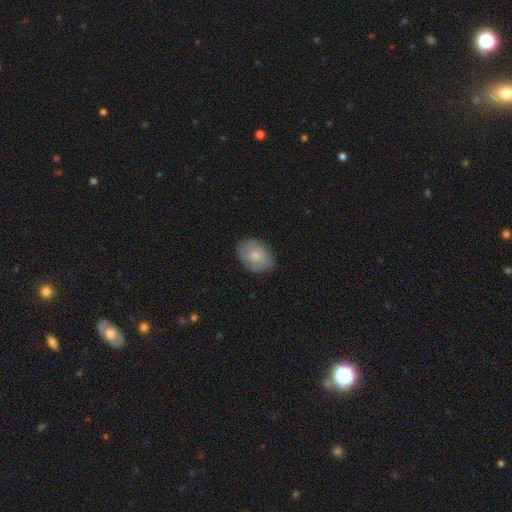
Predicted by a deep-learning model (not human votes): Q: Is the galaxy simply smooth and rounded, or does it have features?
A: smooth — 64%.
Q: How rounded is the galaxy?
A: in between — 71%.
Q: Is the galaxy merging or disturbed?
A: none — 75%.